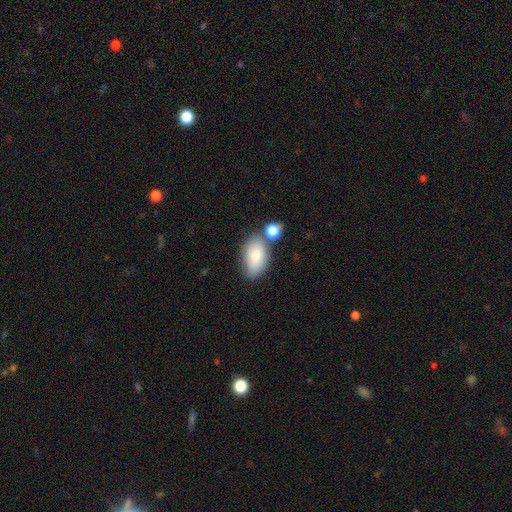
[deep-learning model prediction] smooth_or_featured: smooth (p=0.82) [alt: featured or disk p=0.11]
how_rounded: in between (p=0.93) [alt: round p=0.05]
merging: none (p=0.63) [alt: merger p=0.16]